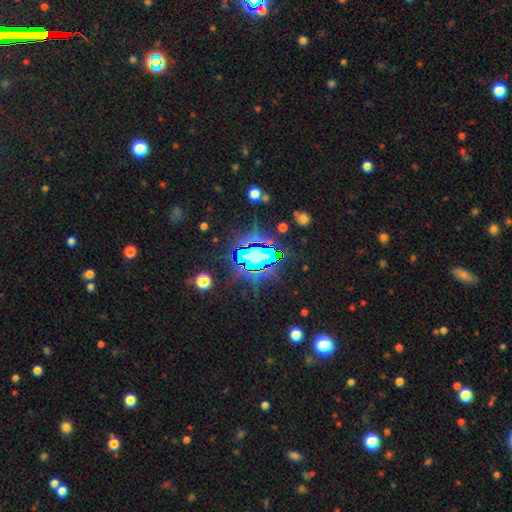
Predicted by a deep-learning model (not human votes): Smooth or featured? Predicted: star or artifact (p=0.67).